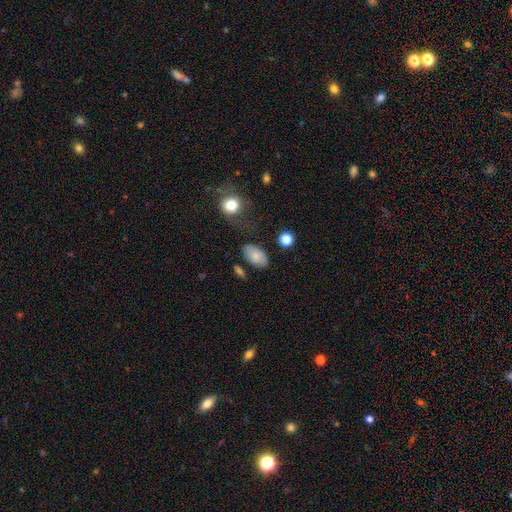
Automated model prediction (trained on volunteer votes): Overall: smooth (79%). How rounded: in between (91%). Merging: none (71%).